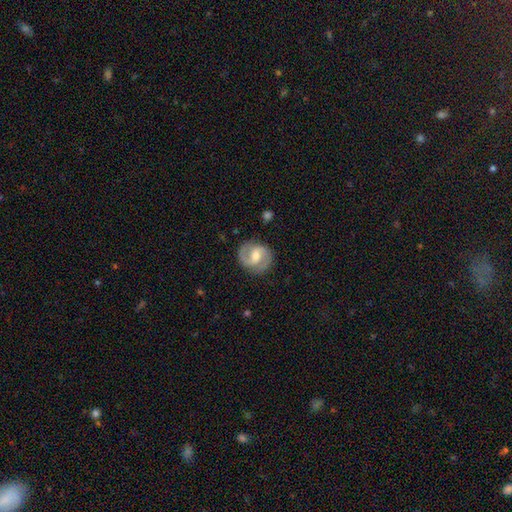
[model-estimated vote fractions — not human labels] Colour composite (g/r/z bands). It shows a featured or disk galaxy (82%) with a weak bar (55%), 2 (91%) medium (56%) spiral arms (95%) and a moderate central bulge (62%). Merging: none (84%).